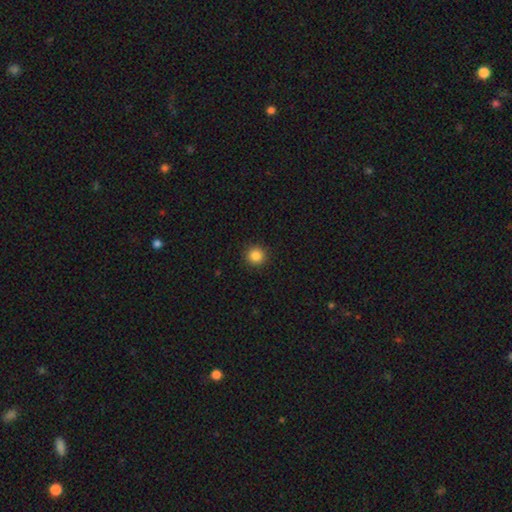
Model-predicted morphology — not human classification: Q: Smooth or featured?
A: smooth (86%); runner-up: star or artifact (11%)
Q: How rounded?
A: round (95%); runner-up: in between (4%)
Q: Merging?
A: none (92%); runner-up: minor disturbance (5%)